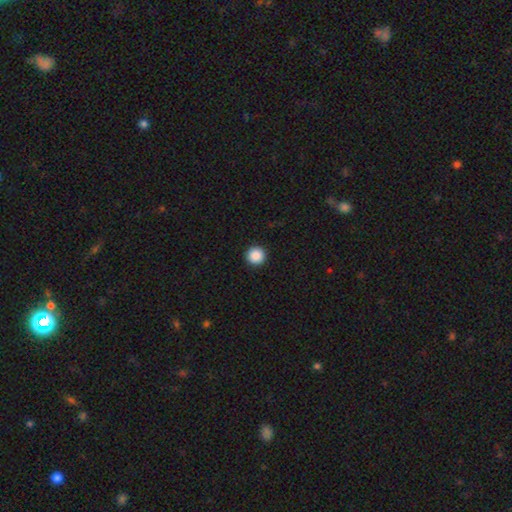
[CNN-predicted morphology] smooth_or_featured: smooth (p=0.89) [alt: star or artifact p=0.09]
how_rounded: round (p=0.96) [alt: in between p=0.03]
merging: none (p=0.94) [alt: minor disturbance p=0.04]